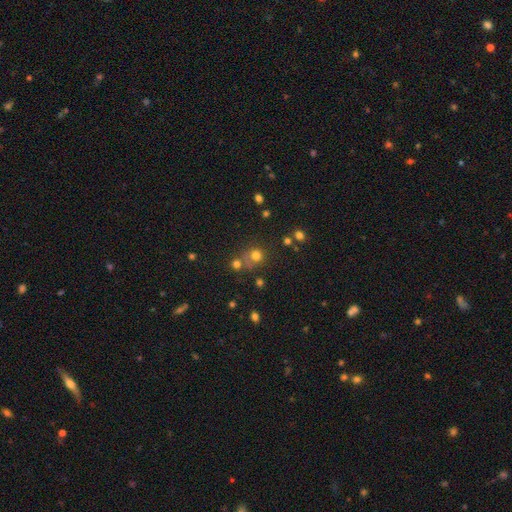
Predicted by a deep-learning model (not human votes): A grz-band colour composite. It shows a smooth galaxy with no disk features (72%) that is round (86%). Merging: none (59%).